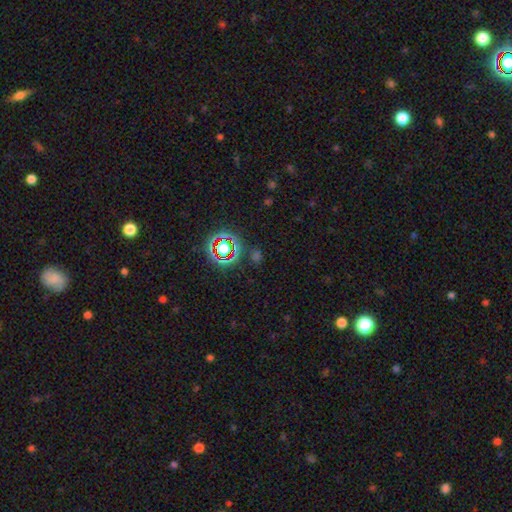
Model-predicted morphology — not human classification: A star or artifact, not a galaxy (65%).

Vote fractions:
- Smooth or featured? star or artifact: 65% / smooth: 27% / featured or disk: 8%